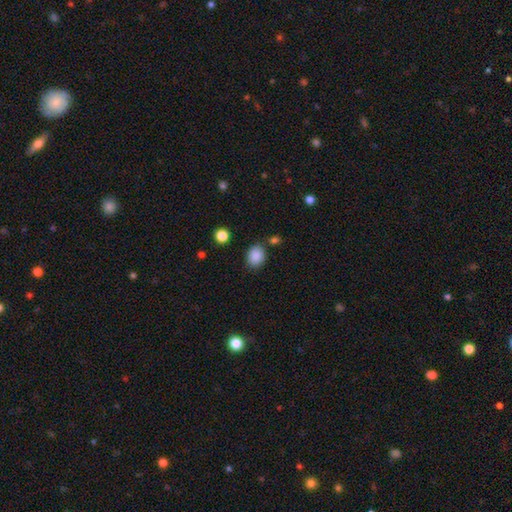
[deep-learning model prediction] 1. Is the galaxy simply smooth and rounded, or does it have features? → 88% smooth, 9% star or artifact, 3% featured or disk.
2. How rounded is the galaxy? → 51% in between, 48% round, 1% cigar-shaped.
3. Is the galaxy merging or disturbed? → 78% none, 13% minor disturbance, 5% merger, 4% major disturbance.